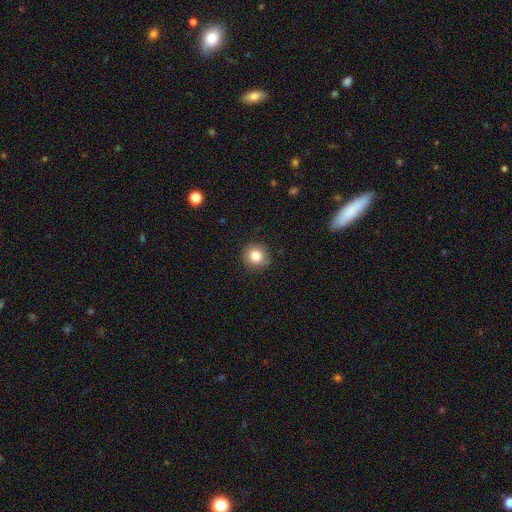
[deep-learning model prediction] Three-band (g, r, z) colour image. It shows a smooth galaxy with no disk features (82%) that is round (91%). Merging: none (86%).